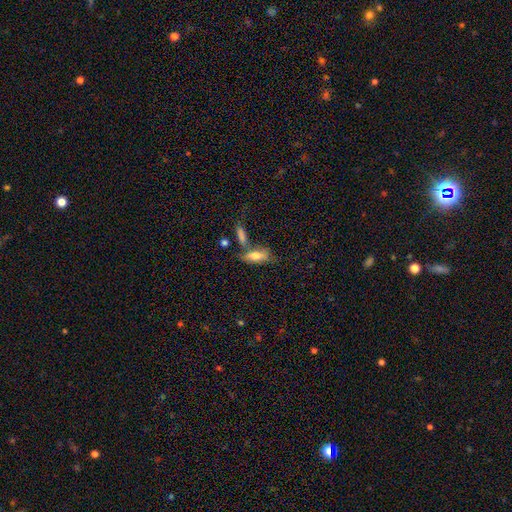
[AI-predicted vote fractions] Smooth or featured? smooth (71%)
How rounded? in between (72%)
Merging? none (49%)